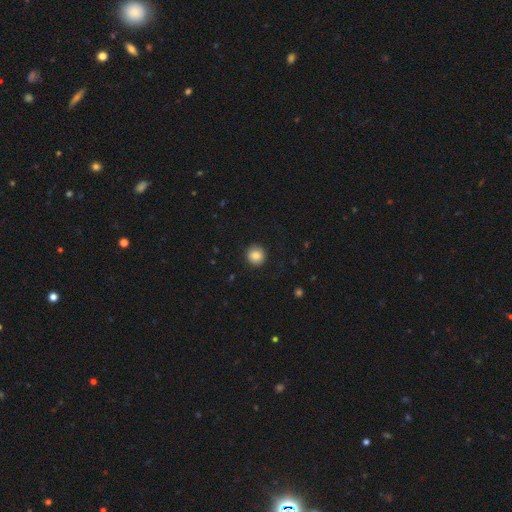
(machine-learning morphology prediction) smooth-or-featured: smooth: 86% | star or artifact: 9% | featured or disk: 5%
  how-rounded: round: 93% | in between: 6% | cigar-shaped: 1%
  merging: none: 91% | minor disturbance: 6% | major disturbance: 2% | merger: 1%